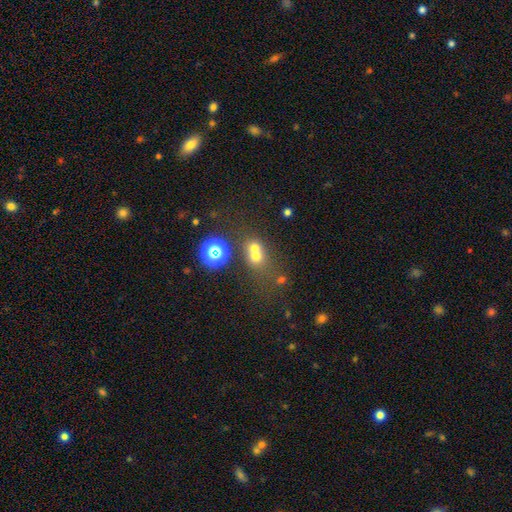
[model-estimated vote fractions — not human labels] This is possibly a smooth galaxy (60%). How rounded: likely round (73%). Merging: possibly merger (55%).